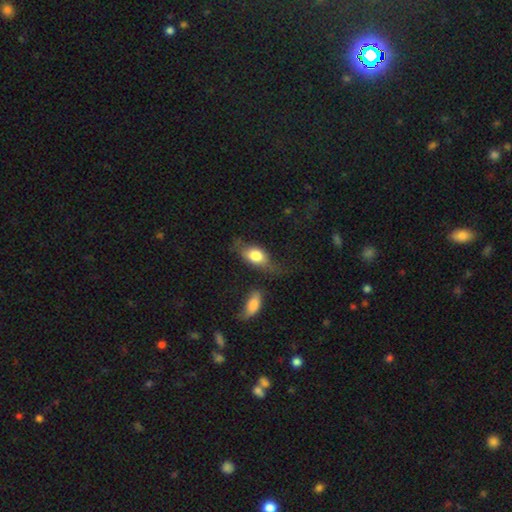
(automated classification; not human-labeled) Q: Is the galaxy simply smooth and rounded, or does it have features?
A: smooth — 73%.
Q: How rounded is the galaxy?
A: in between — 85%.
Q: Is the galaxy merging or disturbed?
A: none — 42%.